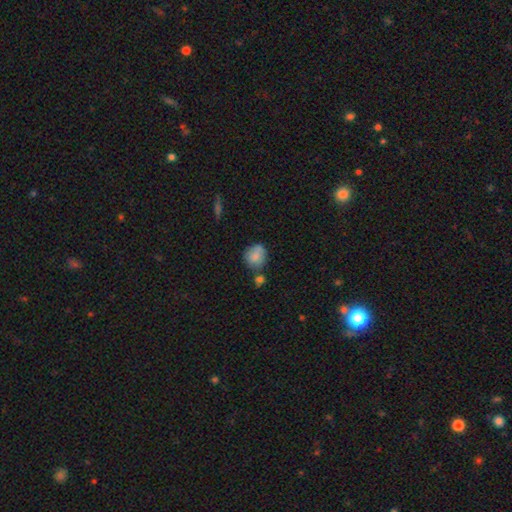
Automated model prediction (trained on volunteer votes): smooth-or-featured: smooth: 81% | featured or disk: 11% | star or artifact: 8%
  how-rounded: round: 71% | in between: 28% | cigar-shaped: 1%
  merging: none: 55% | minor disturbance: 22% | merger: 16% | major disturbance: 6%